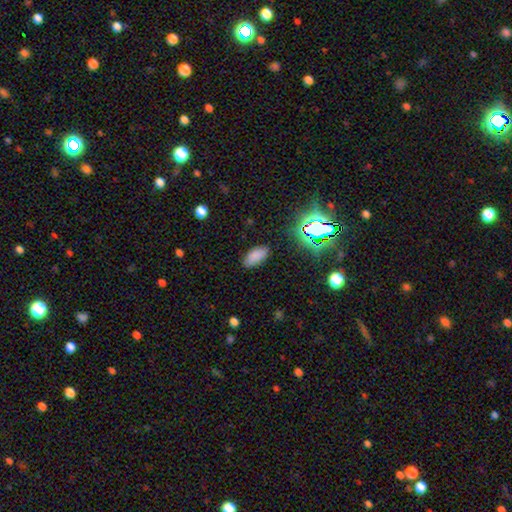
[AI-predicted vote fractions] Smooth or featured: smooth — 80% (star or artifact — 14%)
How rounded: in between — 91% (cigar-shaped — 6%)
Merging: none — 85% (minor disturbance — 11%)